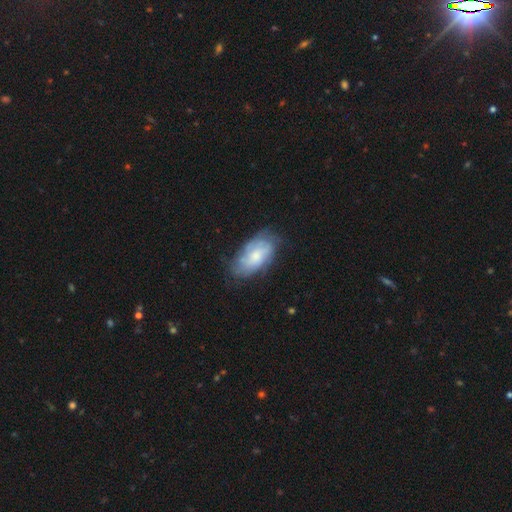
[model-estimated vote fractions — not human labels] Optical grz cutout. It shows a smooth galaxy with no disk features (47%). Merging: none (62%).